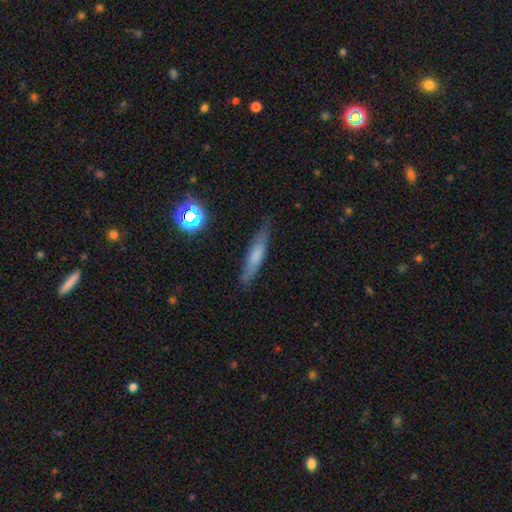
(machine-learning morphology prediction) smooth-or-featured: smooth: 61% | featured or disk: 30% | star or artifact: 9%
  how-rounded: cigar-shaped: 85% | in between: 13% | round: 2%
  merging: none: 81% | minor disturbance: 14% | major disturbance: 3% | merger: 1%